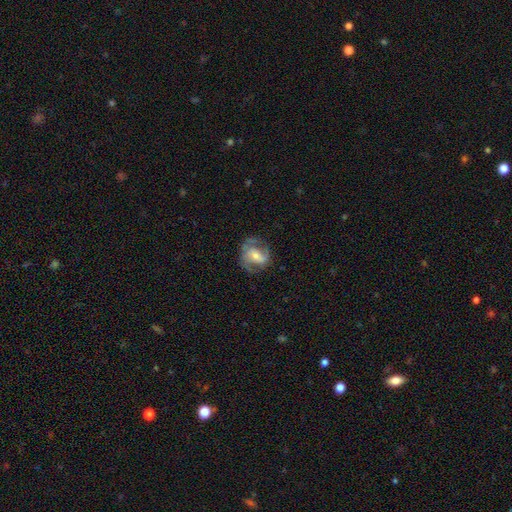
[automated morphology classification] Smooth or featured?
  - featured or disk: 70% *
  - smooth: 23%
  - star or artifact: 7%
Edge-on disk?
  - no: 97% *
  - yes: 3%
Bar?
  - no: 42% *
  - weak: 38%
  - strong: 20%
Spiral arms?
  - yes: 83% *
  - no: 17%
Spiral winding?
  - medium: 47% *
  - tight: 30%
  - loose: 22%
Spiral arm count?
  - 2: 69% *
  - can't tell: 15%
  - 3: 7%
  - 1: 5%
  - 4: 2%
  - more than 4: 2%
Bulge size?
  - moderate: 49% *
  - small: 41%
  - large: 6%
  - none: 3%
  - dominant: 1%
Merging?
  - none: 63% *
  - minor disturbance: 20%
  - major disturbance: 16%
  - merger: 1%